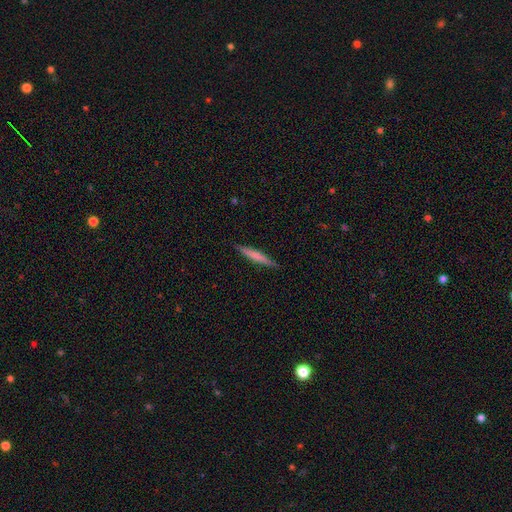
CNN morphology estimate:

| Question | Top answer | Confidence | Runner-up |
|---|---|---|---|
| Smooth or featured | smooth | 65% | featured or disk (30%) |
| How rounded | cigar-shaped | 95% | in between (4%) |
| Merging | none | 89% | minor disturbance (8%) |